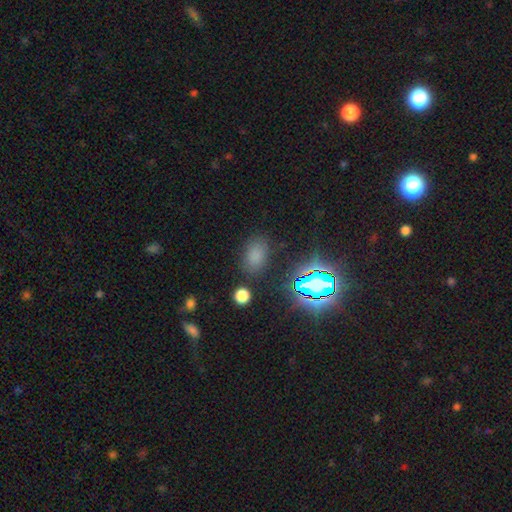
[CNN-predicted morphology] Smooth or featured?
  - smooth: 70% *
  - star or artifact: 23%
  - featured or disk: 7%
How rounded?
  - in between: 83% *
  - round: 15%
  - cigar-shaped: 2%
Merging?
  - none: 80% *
  - minor disturbance: 12%
  - major disturbance: 5%
  - merger: 3%